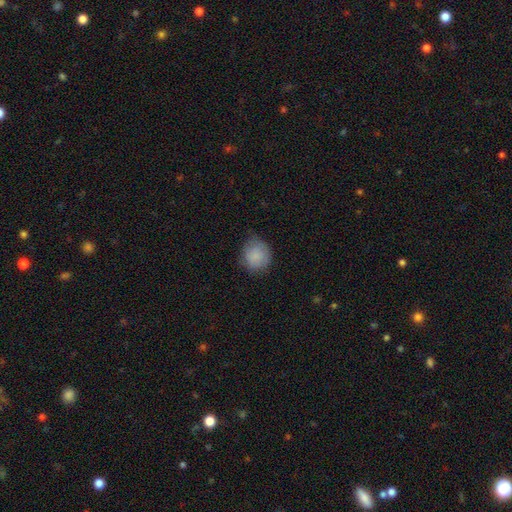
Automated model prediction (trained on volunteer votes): Smooth or featured? smooth (85%)
How rounded? round (83%)
Merging? none (69%)